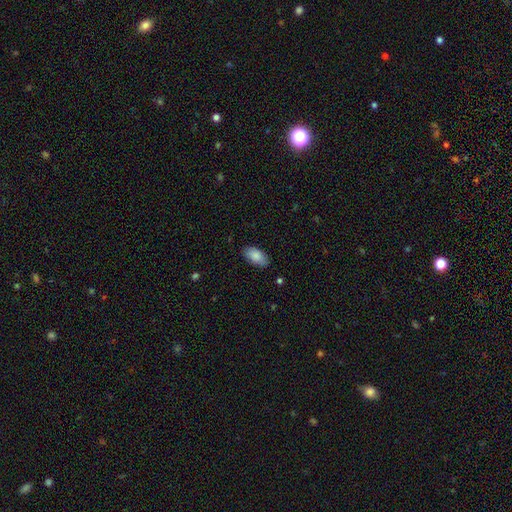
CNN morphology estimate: This appears to be a smooth galaxy with no disk features (85%) that is in between round and cigar-shaped (94%). Merging: none (83%).